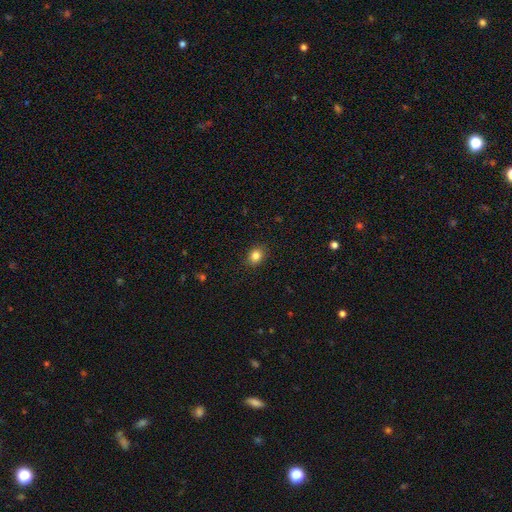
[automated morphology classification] type=smooth (83%); roundness=round (56%); merging=none (90%).